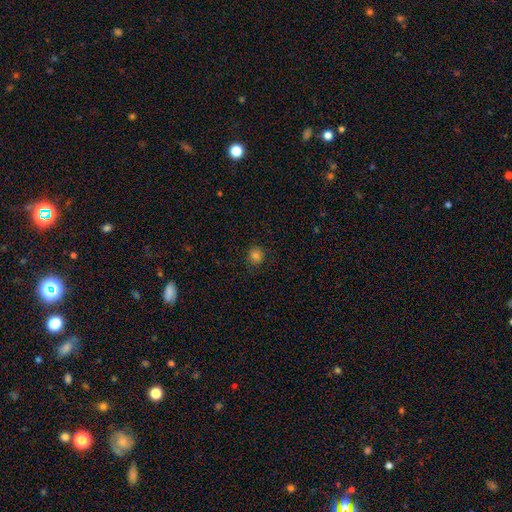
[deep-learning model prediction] Overall: smooth (82%). How rounded: round (87%). Merging: none (88%).